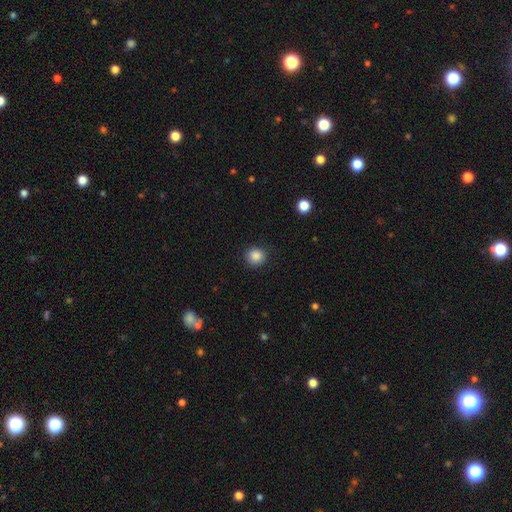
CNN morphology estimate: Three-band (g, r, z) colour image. It shows a smooth galaxy with no disk features (87%) that is round (88%). Merging: none (88%).